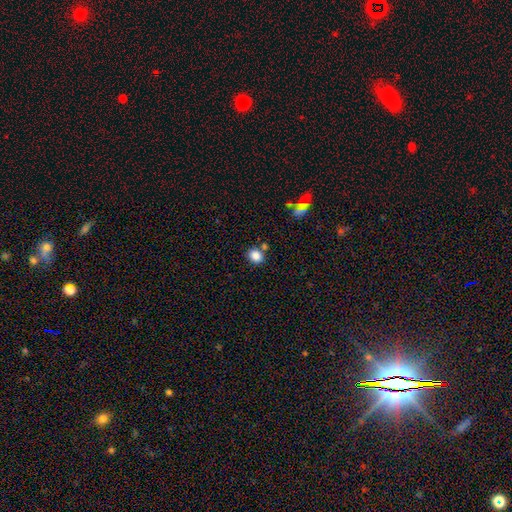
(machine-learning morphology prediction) The model was most divided on "how rounded": round: 62%, in between: 38%, cigar-shaped: 1%. More confident: smooth or featured — smooth (84%); merging — none (75%).